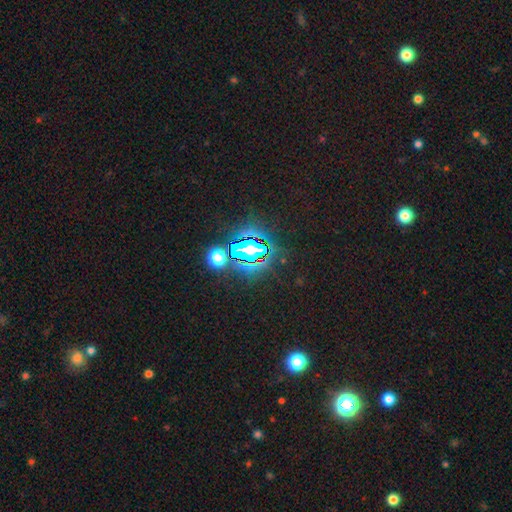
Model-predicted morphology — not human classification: A star or artifact, not a galaxy (77%).

Vote fractions:
- Smooth or featured? star or artifact: 77% / smooth: 14% / featured or disk: 9%